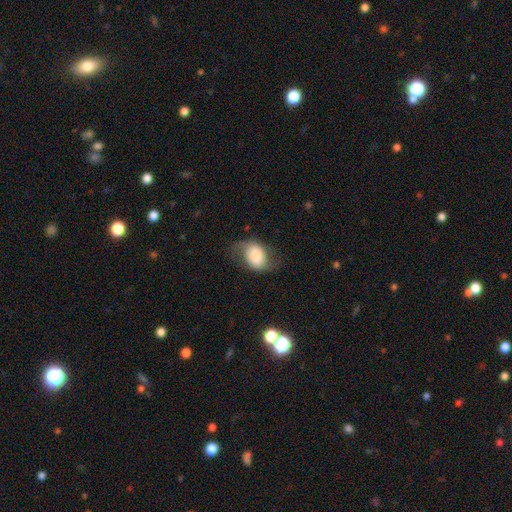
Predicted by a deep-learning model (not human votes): This appears to be a smooth galaxy with no disk features (57%) that is in between round and cigar-shaped (72%). Merging: none (58%).